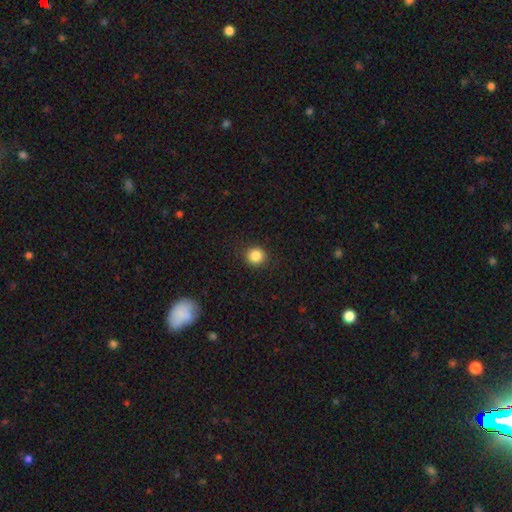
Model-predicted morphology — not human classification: type=smooth (85%); roundness=round (92%); merging=none (91%).